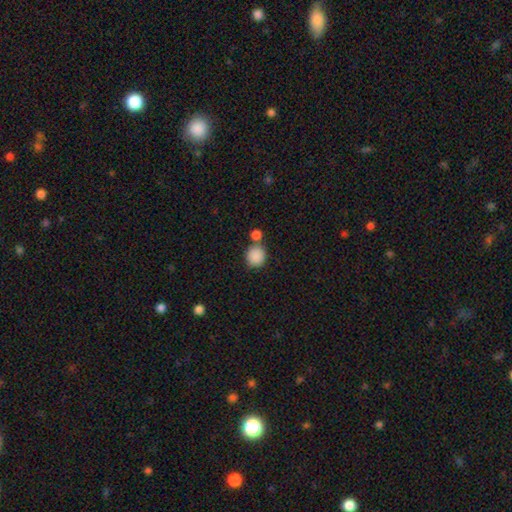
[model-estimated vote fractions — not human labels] Smooth or featured?
  - smooth: 87% *
  - star or artifact: 9%
  - featured or disk: 4%
How rounded?
  - round: 89% *
  - in between: 10%
  - cigar-shaped: 1%
Merging?
  - none: 67% *
  - merger: 20%
  - minor disturbance: 10%
  - major disturbance: 3%